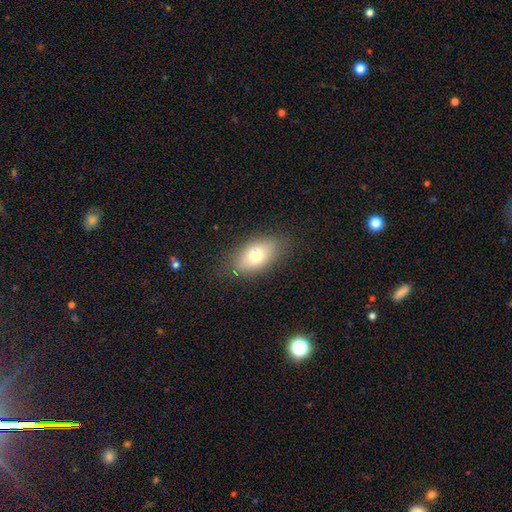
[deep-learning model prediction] Smooth or featured: smooth — 73% (featured or disk — 18%)
How rounded: in between — 88% (round — 8%)
Merging: none — 81% (minor disturbance — 13%)